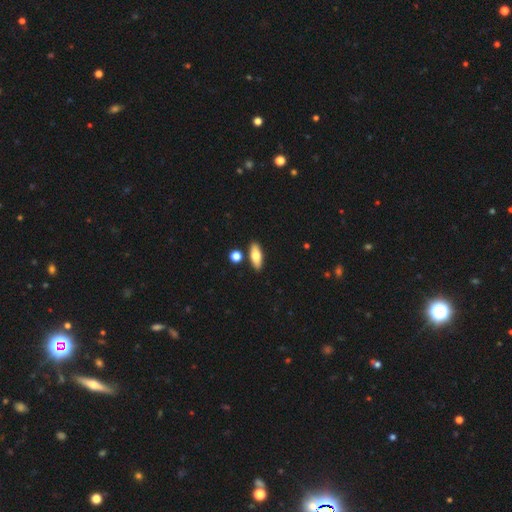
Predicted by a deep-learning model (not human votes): Smooth or featured? smooth (70%)
How rounded? in between (69%)
Merging? none (84%)